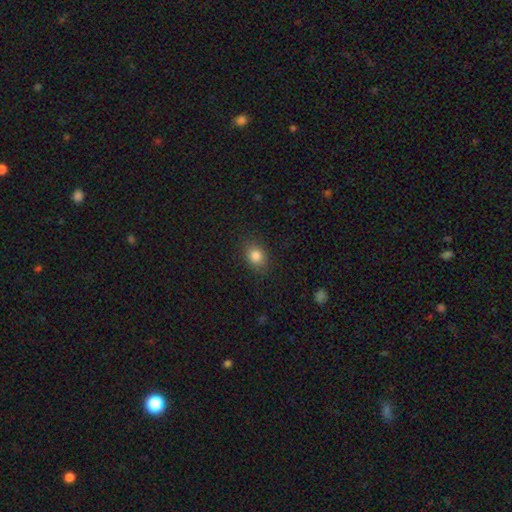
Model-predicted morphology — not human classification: Smooth or featured? Predicted: smooth (p=0.84). How rounded? Predicted: in between (p=0.49, tied with round). Merging? Predicted: none (p=0.86).